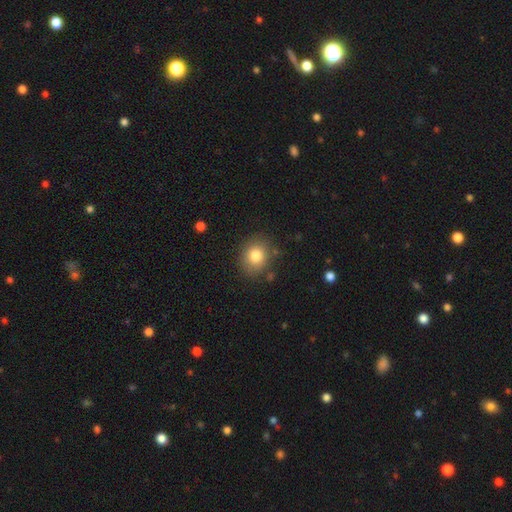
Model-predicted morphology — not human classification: This is clearly a smooth galaxy (81%). How rounded: likely round (68%). Merging: clearly none (83%).